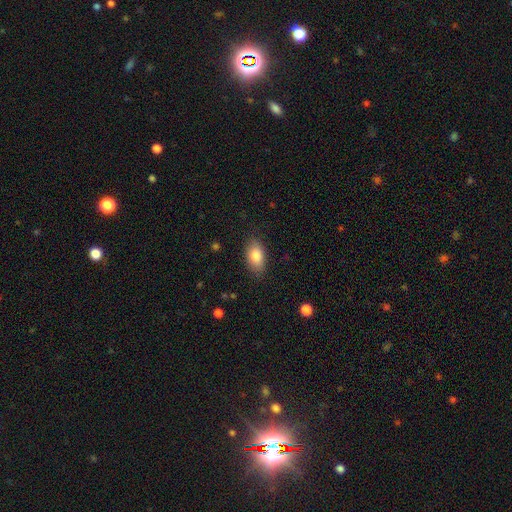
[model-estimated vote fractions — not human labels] Q: Smooth or featured?
A: smooth (83%); runner-up: featured or disk (10%)
Q: How rounded?
A: in between (90%); runner-up: round (7%)
Q: Merging?
A: none (83%); runner-up: minor disturbance (13%)